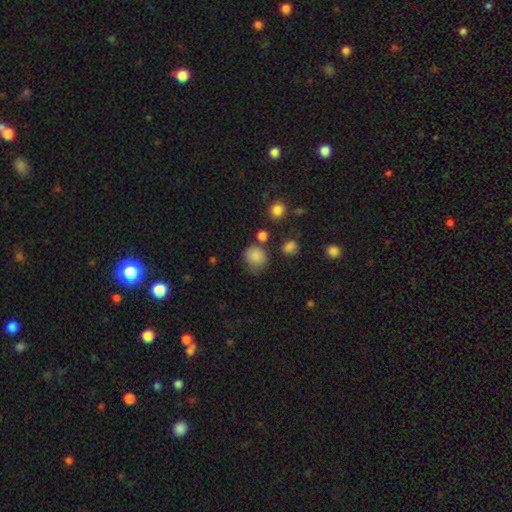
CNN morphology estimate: A smooth galaxy with no disk features (82%) that is round (78%). Merging: none (62%).